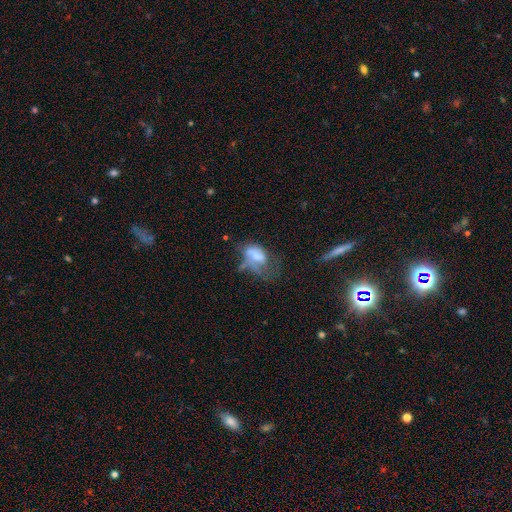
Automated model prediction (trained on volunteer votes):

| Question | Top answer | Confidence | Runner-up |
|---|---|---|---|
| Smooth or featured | smooth | 53% | featured or disk (37%) |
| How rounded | in between | 86% | round (12%) |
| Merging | major disturbance | 48% | minor disturbance (21%) |